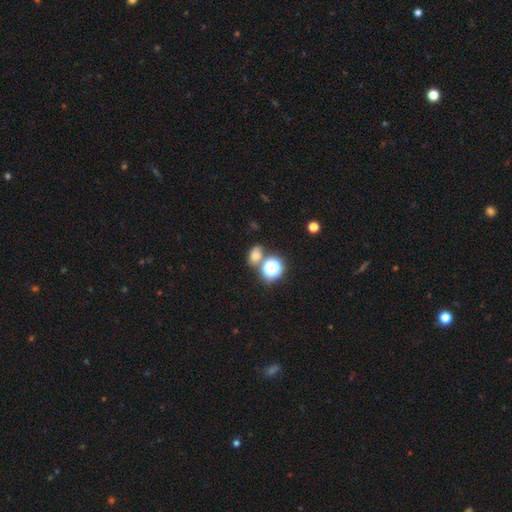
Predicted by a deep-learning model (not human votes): Smooth or featured: smooth — 65% (star or artifact — 25%)
How rounded: in between — 63% (round — 35%)
Merging: none — 64% (merger — 19%)